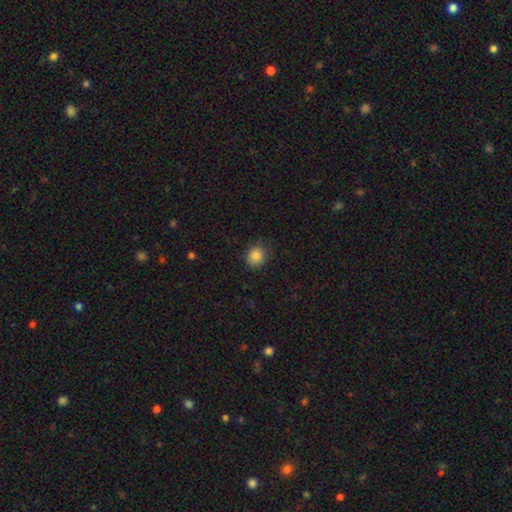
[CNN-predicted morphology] Overall: smooth (85%). How rounded: round (78%). Merging: none (82%).